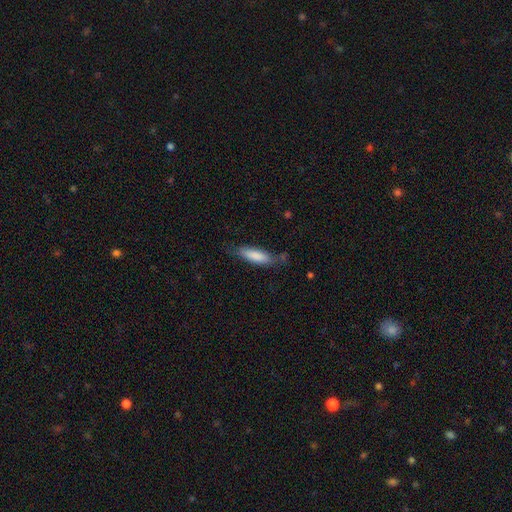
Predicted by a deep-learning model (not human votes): This is clearly a smooth galaxy (82%). How rounded: possibly cigar-shaped (56%). Merging: likely none (68%).